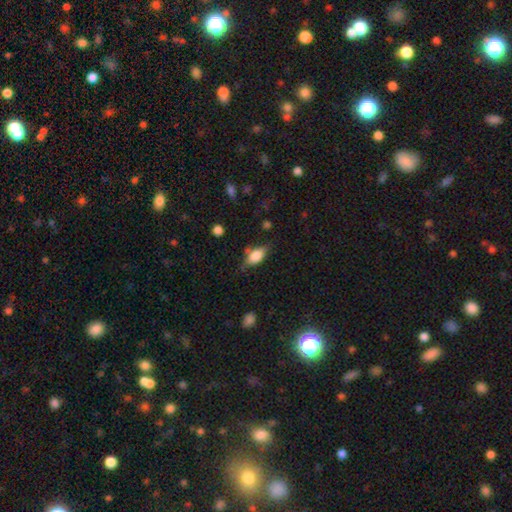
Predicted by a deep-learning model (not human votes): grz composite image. It shows a smooth galaxy with no disk features (75%) that is in between round and cigar-shaped (84%). Merging: none (67%).